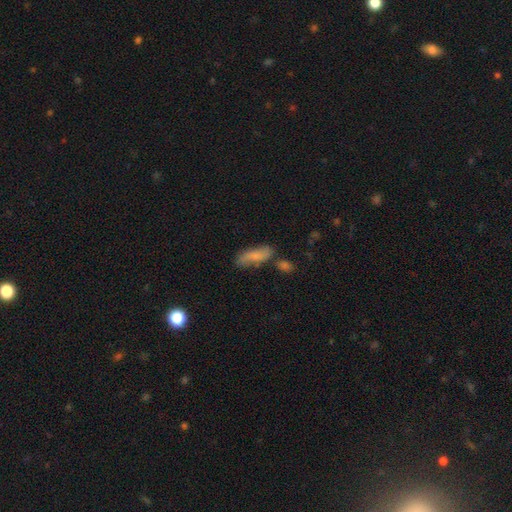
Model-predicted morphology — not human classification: This is likely a smooth galaxy (65%). How rounded: possibly in between (60%). Merging: likely none (61%).